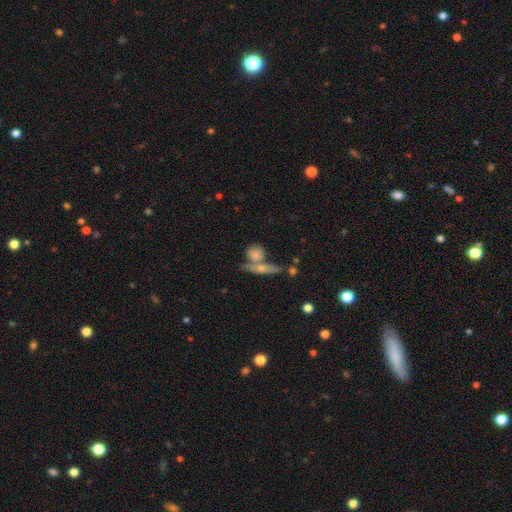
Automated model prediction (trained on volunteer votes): Overall: smooth (50%; featured or disk 37%). How rounded: round (50%; cigar-shaped 27%). Merging: none (59%; merger 27%).